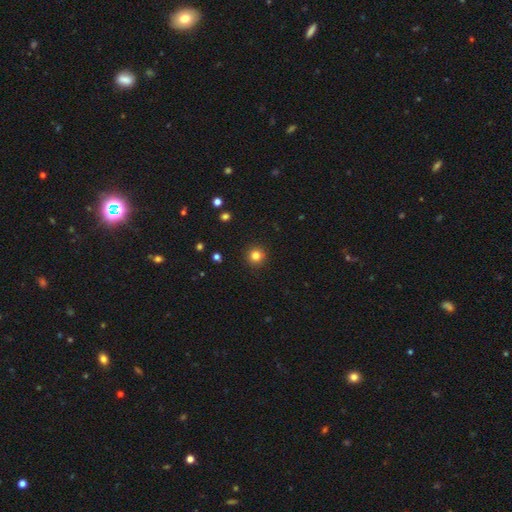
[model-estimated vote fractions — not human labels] smooth 82%, star or artifact 12%, featured or disk 5%. Down the decision tree: how rounded — round (95%); merging — none (92%).